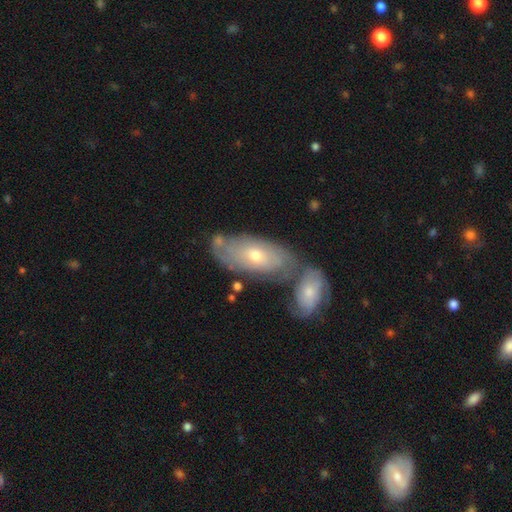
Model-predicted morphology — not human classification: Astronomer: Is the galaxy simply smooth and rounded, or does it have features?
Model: featured or disk — 58% (runner-up: smooth, 35%).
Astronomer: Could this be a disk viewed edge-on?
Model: no — 87%.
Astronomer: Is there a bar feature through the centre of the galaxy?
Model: no — 82%.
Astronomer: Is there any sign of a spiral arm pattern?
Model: yes — 59% (runner-up: no, 41%).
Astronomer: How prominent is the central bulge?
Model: moderate — 53% (runner-up: small, 43%).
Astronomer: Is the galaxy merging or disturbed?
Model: none — 49% (runner-up: merger, 34%).